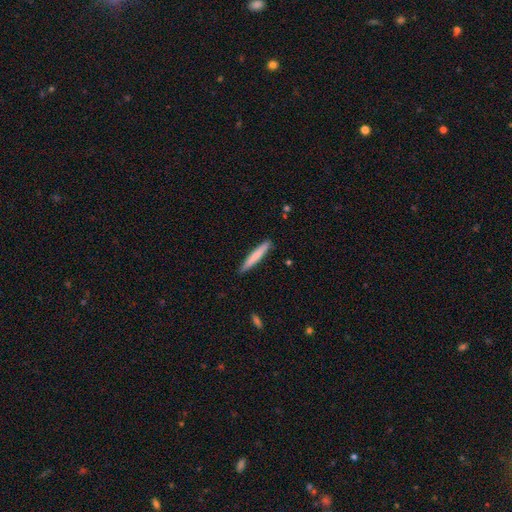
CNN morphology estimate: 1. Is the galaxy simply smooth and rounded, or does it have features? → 71% smooth, 24% featured or disk, 5% star or artifact.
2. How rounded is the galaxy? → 94% cigar-shaped, 5% in between, 1% round.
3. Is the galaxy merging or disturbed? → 88% none, 10% minor disturbance, 2% major disturbance, 1% merger.